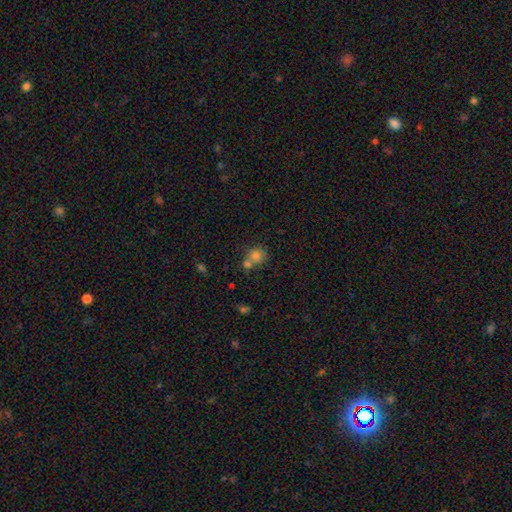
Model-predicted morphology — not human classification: type=smooth (77%); roundness=round (79%); merging=none (44%).